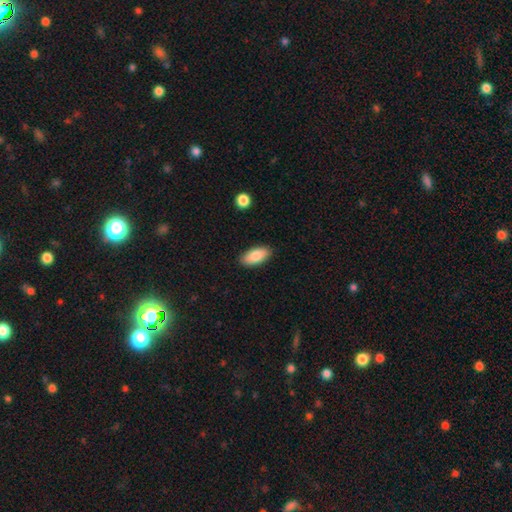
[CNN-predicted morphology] A smooth galaxy with no disk features (84%) that is in between round and cigar-shaped (90%). Merging: none (88%).